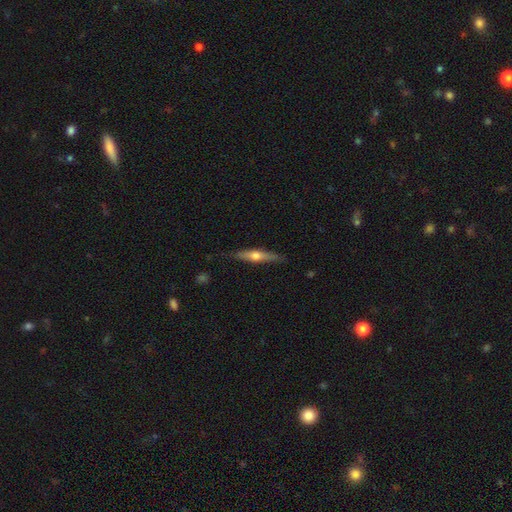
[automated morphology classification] Smooth or featured: featured or disk — 56% (smooth — 39%)
Edge-on disk: yes — 95% (no — 5%)
Edge-on bulge: rounded — 91% (none — 5%)
Merging: none — 85% (minor disturbance — 12%)